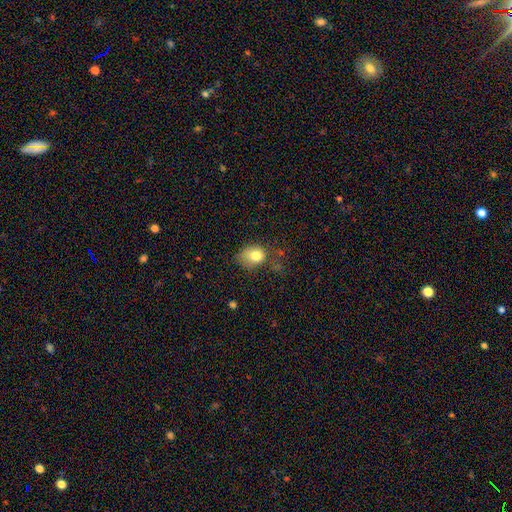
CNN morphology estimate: Q: Smooth or featured?
A: smooth (79%); runner-up: featured or disk (11%)
Q: How rounded?
A: in between (55%); runner-up: round (44%)
Q: Merging?
A: none (42%); runner-up: minor disturbance (34%)